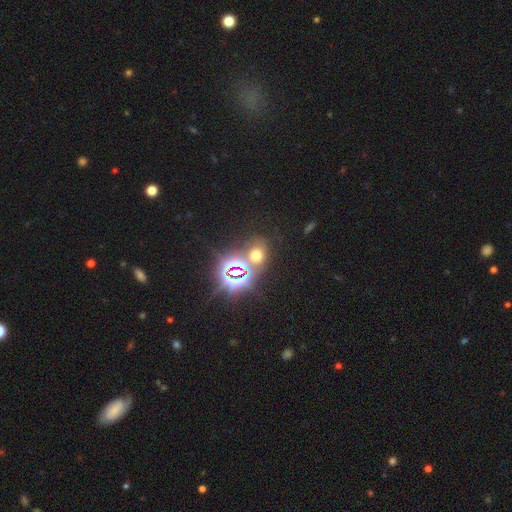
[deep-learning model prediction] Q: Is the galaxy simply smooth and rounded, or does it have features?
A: star or artifact — 50%.